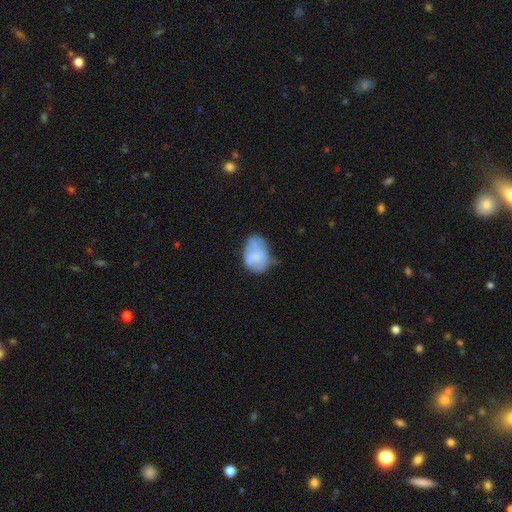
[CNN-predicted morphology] A smooth galaxy with no disk features (57%) that is in between round and cigar-shaped (77%).

Vote fractions:
- Smooth or featured? smooth: 57% / featured or disk: 35% / star or artifact: 8%
- How rounded? in between: 77% / round: 22% / cigar-shaped: 1%
- Merging? none: 41% / minor disturbance: 37% / major disturbance: 19% / merger: 4%